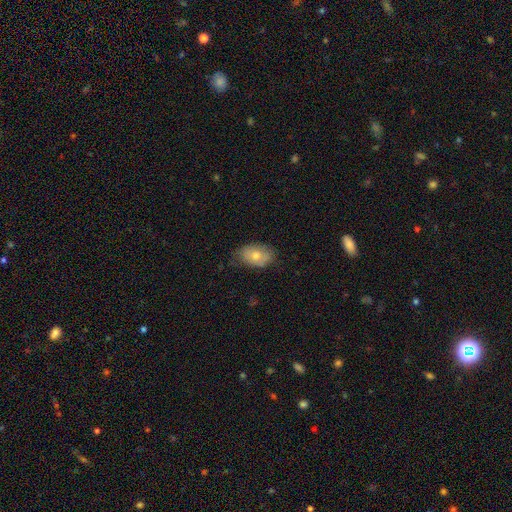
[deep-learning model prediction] A smooth galaxy with no disk features (66%) that is in between round and cigar-shaped (87%). Merging: none (72%).